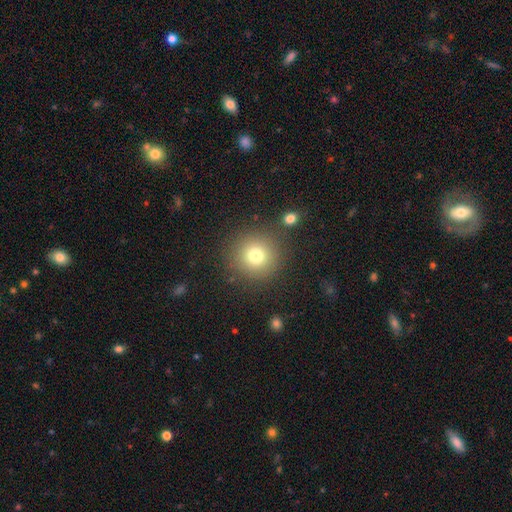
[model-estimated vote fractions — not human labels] This is likely a smooth galaxy (76%). How rounded: clearly round (94%). Merging: clearly none (86%).